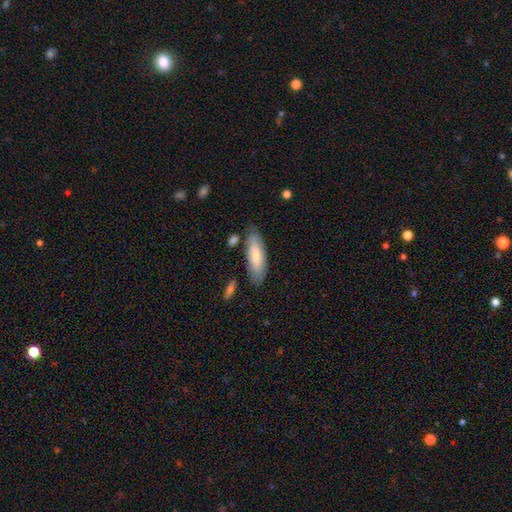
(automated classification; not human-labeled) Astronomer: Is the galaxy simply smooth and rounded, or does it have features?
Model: smooth — 71%.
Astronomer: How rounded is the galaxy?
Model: in between — 54% (runner-up: cigar-shaped, 44%).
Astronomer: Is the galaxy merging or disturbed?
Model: none — 77%.